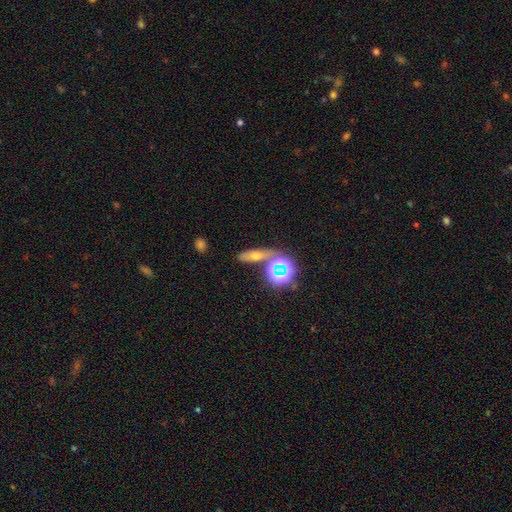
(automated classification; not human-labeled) Morphology: type=smooth (39%); merging=none (69%).